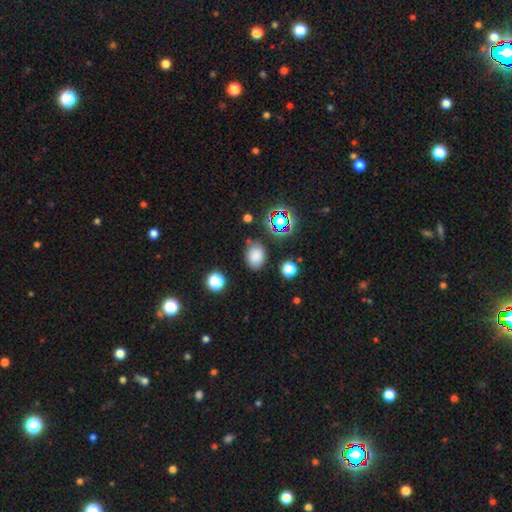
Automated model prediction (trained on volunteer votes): Q: Smooth or featured?
A: smooth (78%); runner-up: star or artifact (15%)
Q: How rounded?
A: in between (65%); runner-up: round (33%)
Q: Merging?
A: none (75%); runner-up: minor disturbance (17%)